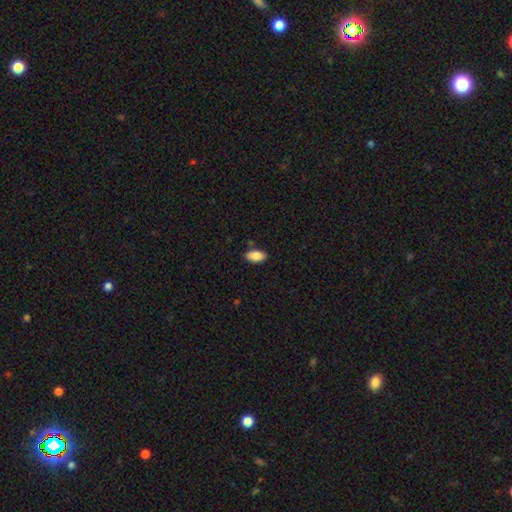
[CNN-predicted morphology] Smooth or featured: smooth — 87% (star or artifact — 7%)
How rounded: in between — 93% (cigar-shaped — 4%)
Merging: none — 86% (minor disturbance — 10%)